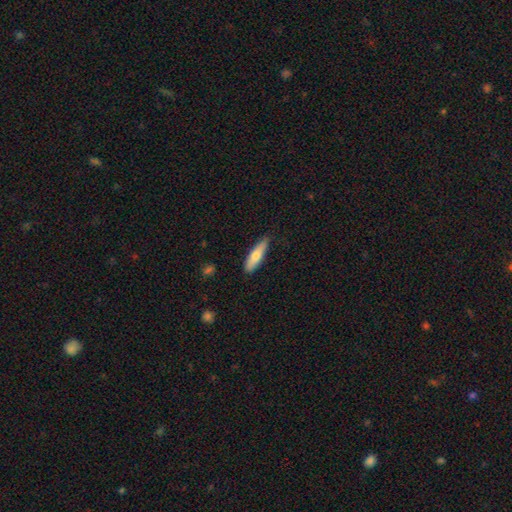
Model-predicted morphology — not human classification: Smooth or featured?
  - smooth: 71% *
  - featured or disk: 24%
  - star or artifact: 6%
How rounded?
  - cigar-shaped: 68% *
  - in between: 31%
  - round: 2%
Merging?
  - none: 84% *
  - minor disturbance: 13%
  - major disturbance: 2%
  - merger: 1%